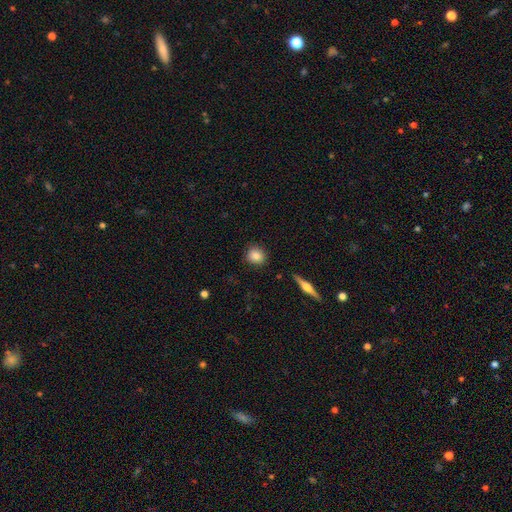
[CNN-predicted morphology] A smooth galaxy with no disk features (83%) that is round (82%). Merging: none (89%).